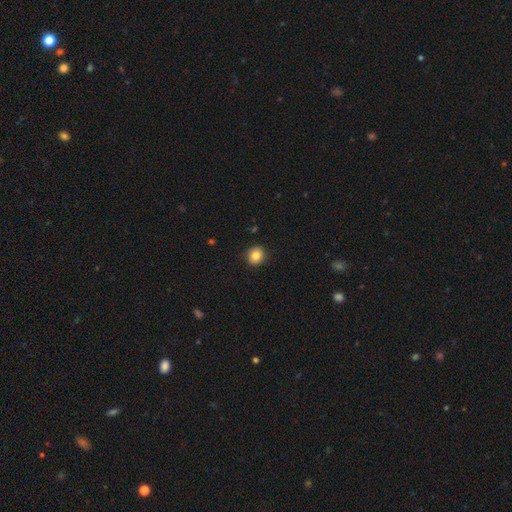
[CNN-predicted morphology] Smooth or featured?
  - smooth: 83% *
  - star or artifact: 10%
  - featured or disk: 7%
How rounded?
  - round: 82% *
  - in between: 17%
  - cigar-shaped: 1%
Merging?
  - none: 90% *
  - minor disturbance: 7%
  - major disturbance: 2%
  - merger: 1%